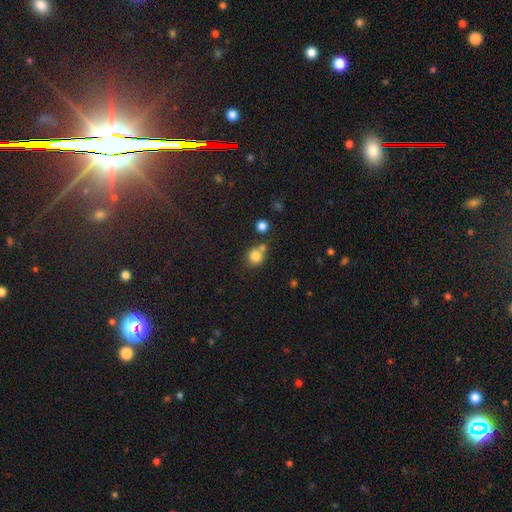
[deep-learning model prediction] smooth 81%, star or artifact 12%, featured or disk 7%. Down the decision tree: how rounded — round (85%); merging — none (57%).